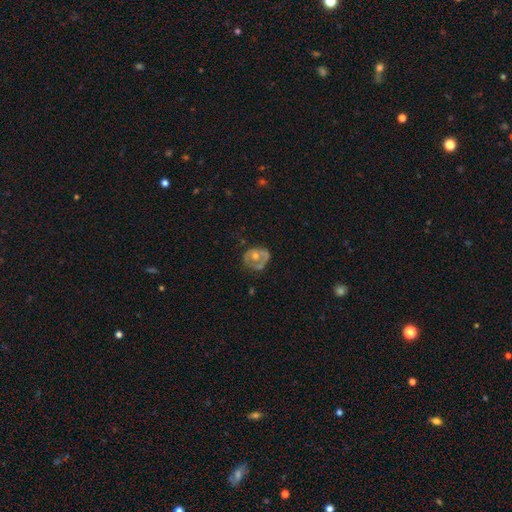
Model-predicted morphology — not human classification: The model was most divided on "smooth or featured": featured or disk: 57%, smooth: 34%, star or artifact: 9%. More confident: edge-on disk — no (96%); bar — no (86%); spiral arms — no (72%); bulge size — moderate (65%); merging — none (54%).